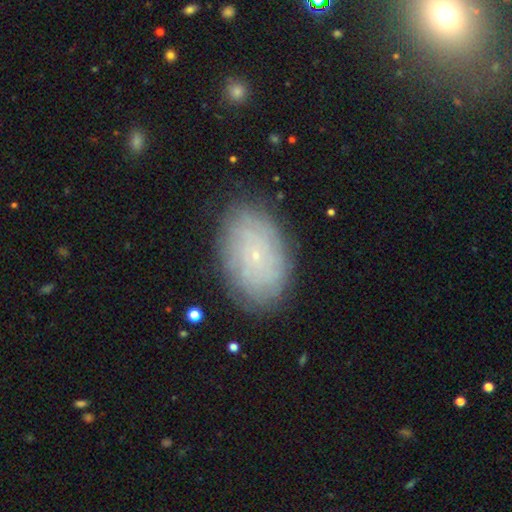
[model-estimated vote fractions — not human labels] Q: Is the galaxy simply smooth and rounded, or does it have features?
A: featured or disk — 58%.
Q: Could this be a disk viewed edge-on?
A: no — 95%.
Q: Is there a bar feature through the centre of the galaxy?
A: no — 87%.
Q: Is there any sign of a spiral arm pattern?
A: yes — 78%.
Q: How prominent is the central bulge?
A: small — 91%.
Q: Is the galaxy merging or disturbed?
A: none — 83%.